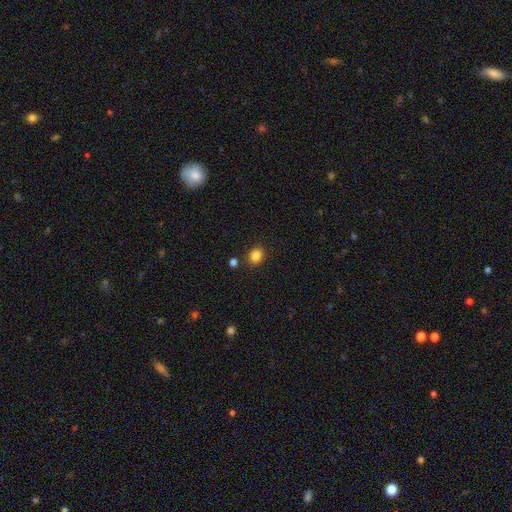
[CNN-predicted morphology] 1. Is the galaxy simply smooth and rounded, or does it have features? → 84% smooth, 12% star or artifact, 4% featured or disk.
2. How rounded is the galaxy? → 74% round, 25% in between, 1% cigar-shaped.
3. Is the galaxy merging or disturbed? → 86% none, 8% minor disturbance, 3% merger, 2% major disturbance.